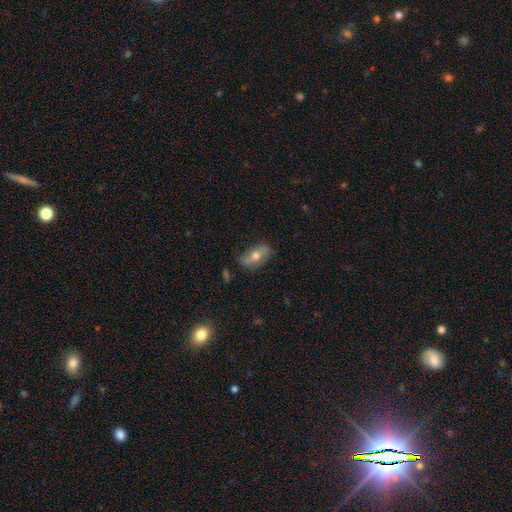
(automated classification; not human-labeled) smooth-or-featured: smooth: 56% | featured or disk: 37% | star or artifact: 7%
  how-rounded: in between: 87% | round: 9% | cigar-shaped: 4%
  merging: none: 73% | minor disturbance: 20% | major disturbance: 5% | merger: 2%